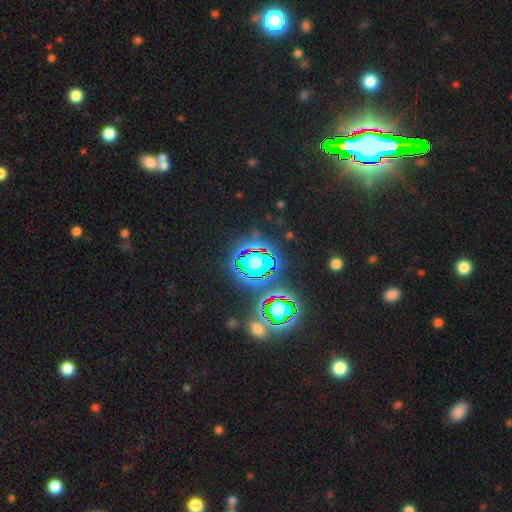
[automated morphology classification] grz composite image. It shows a star or artifact, not a galaxy (82%).